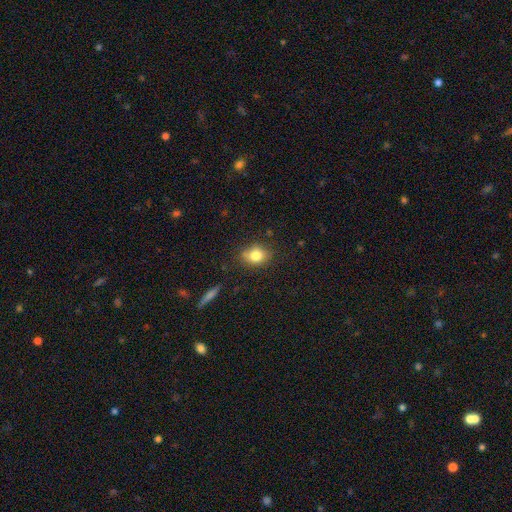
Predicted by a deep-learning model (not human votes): Overall: smooth (80%). How rounded: round (53%; in between 45%). Merging: none (77%).